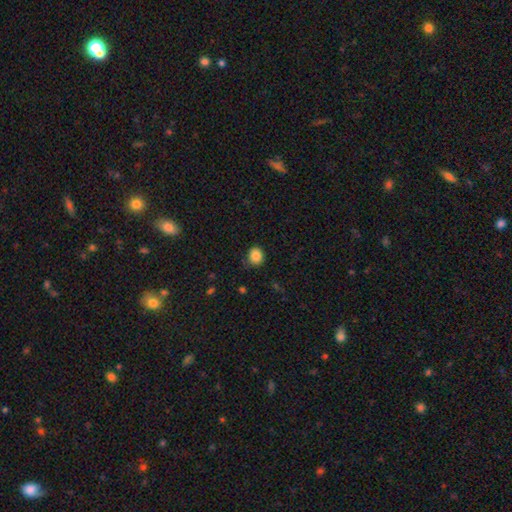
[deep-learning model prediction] Overall: smooth (86%). How rounded: round (73%). Merging: none (79%).